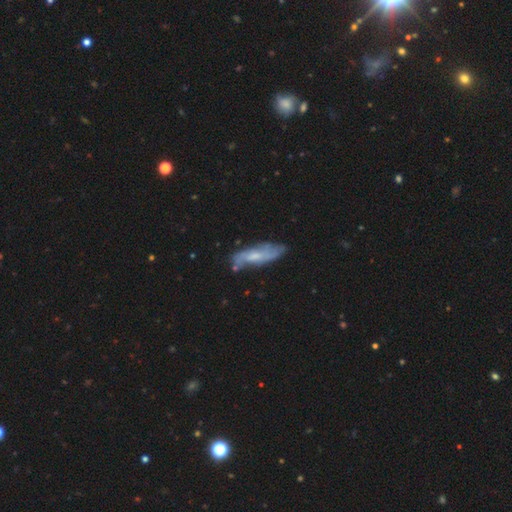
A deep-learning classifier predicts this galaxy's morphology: A featured or disk galaxy (57%).

Vote fractions:
- Smooth or featured? featured or disk: 57% / smooth: 35% / star or artifact: 7%
- Edge-on disk? no: 70% / yes: 30%
- Merging? none: 67% / minor disturbance: 22% / major disturbance: 7% / merger: 4%